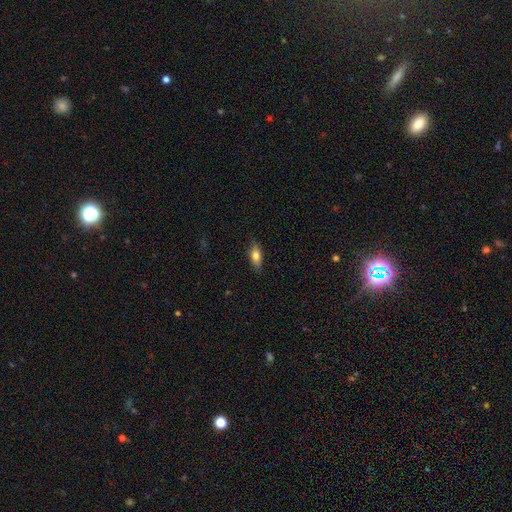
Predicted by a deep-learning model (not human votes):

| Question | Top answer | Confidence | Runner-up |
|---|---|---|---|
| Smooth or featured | smooth | 73% | featured or disk (20%) |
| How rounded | in between | 75% | cigar-shaped (21%) |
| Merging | none | 84% | minor disturbance (13%) |